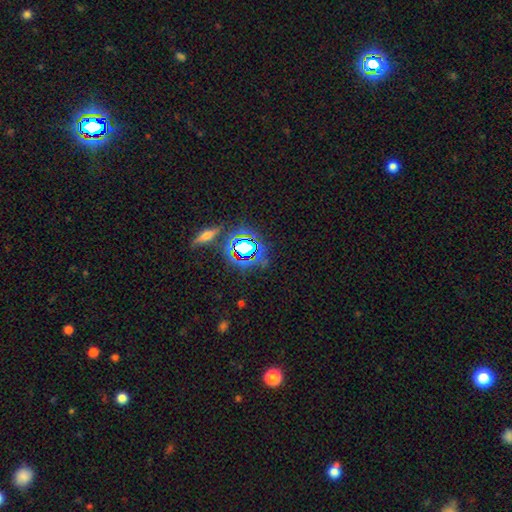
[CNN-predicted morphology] smooth-or-featured: star or artifact: 64% | smooth: 22% | featured or disk: 14%